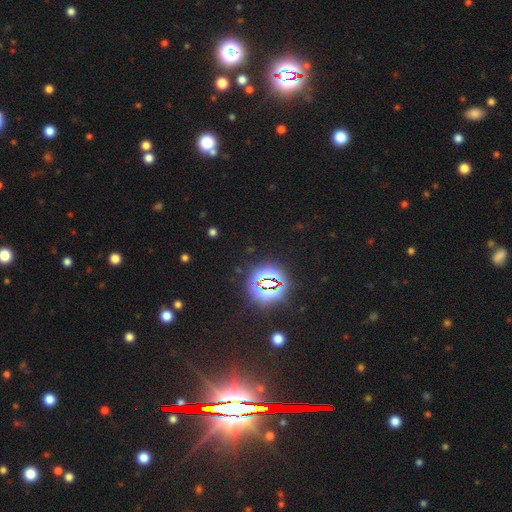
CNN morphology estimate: Smooth or featured?
  - star or artifact: 82% *
  - smooth: 10%
  - featured or disk: 9%